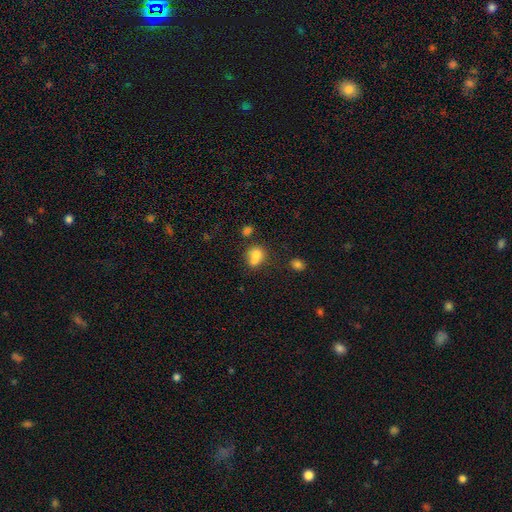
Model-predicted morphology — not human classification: Smooth or featured?
  - smooth: 73% *
  - featured or disk: 15%
  - star or artifact: 12%
How rounded?
  - round: 59% *
  - in between: 40%
  - cigar-shaped: 1%
Merging?
  - merger: 54% *
  - none: 30%
  - minor disturbance: 11%
  - major disturbance: 5%